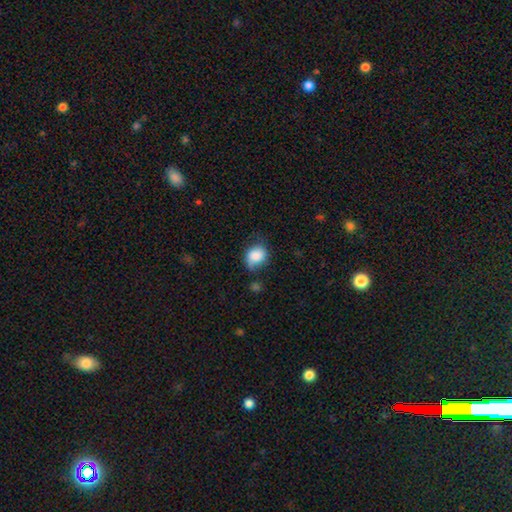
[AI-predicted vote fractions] This is clearly a smooth galaxy (83%). How rounded: possibly round (51%). Merging: possibly none (49%).